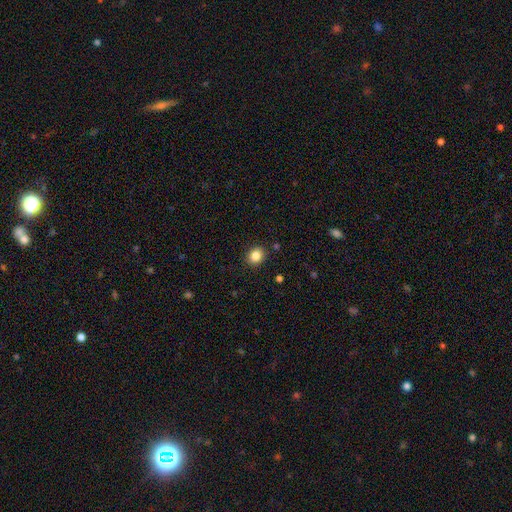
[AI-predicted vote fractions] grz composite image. It shows a smooth galaxy with no disk features (84%) that is round (67%). Merging: none (89%).